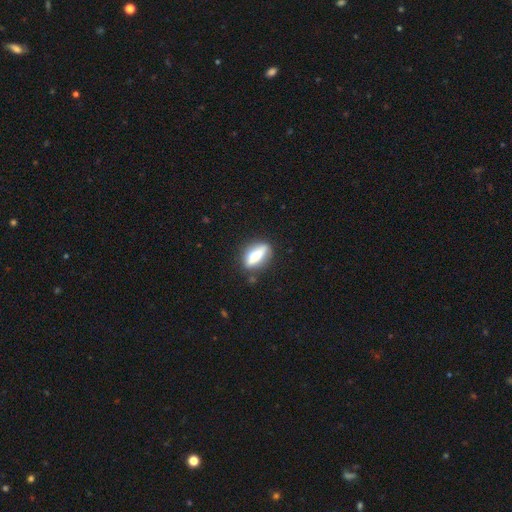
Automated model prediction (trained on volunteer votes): Smooth or featured?
  - smooth: 71% *
  - featured or disk: 21%
  - star or artifact: 8%
How rounded?
  - in between: 61% *
  - cigar-shaped: 36%
  - round: 4%
Merging?
  - none: 73% *
  - minor disturbance: 18%
  - major disturbance: 6%
  - merger: 4%